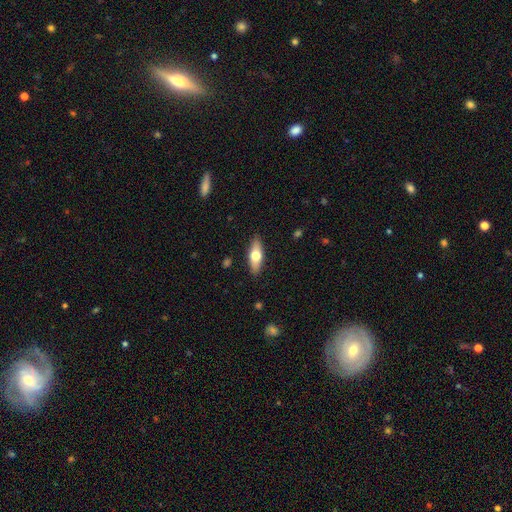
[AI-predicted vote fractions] smooth-or-featured: smooth: 60% | featured or disk: 34% | star or artifact: 6%
  how-rounded: in between: 65% | cigar-shaped: 33% | round: 3%
  merging: none: 88% | minor disturbance: 9% | major disturbance: 2% | merger: 1%